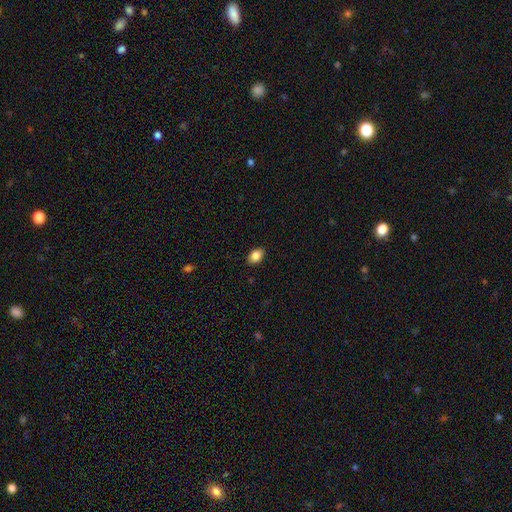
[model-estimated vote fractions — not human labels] Overall: smooth (86%). How rounded: in between (82%). Merging: none (88%).